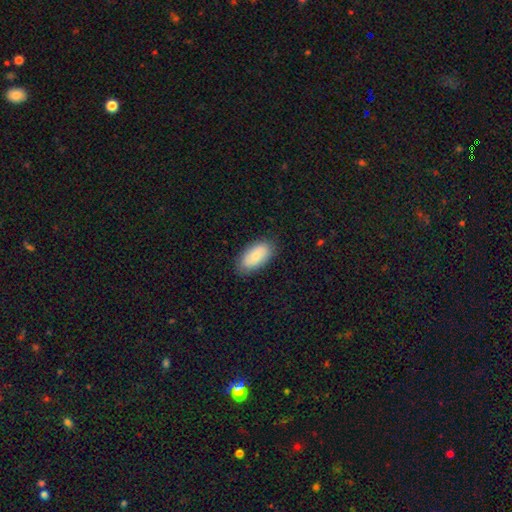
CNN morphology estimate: Overall: smooth (79%). How rounded: in between (94%). Merging: none (84%).